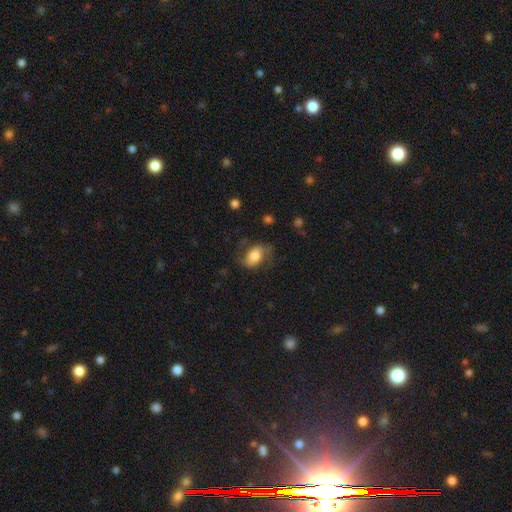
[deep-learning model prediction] Morphology: type=smooth (51%); roundness=in between (82%); merging=none (62%).